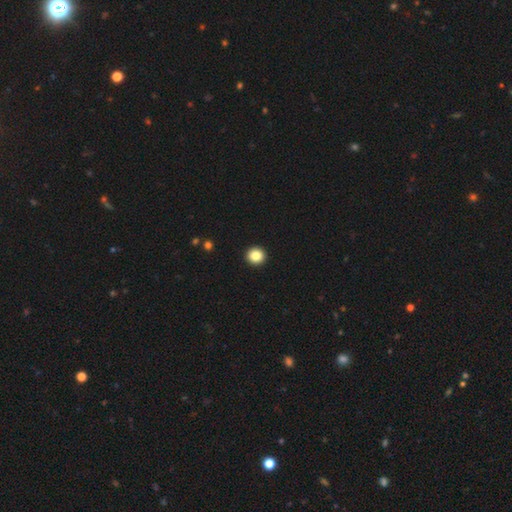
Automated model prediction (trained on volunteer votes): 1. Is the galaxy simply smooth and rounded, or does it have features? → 85% smooth, 10% star or artifact, 5% featured or disk.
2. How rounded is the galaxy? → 92% round, 7% in between, 1% cigar-shaped.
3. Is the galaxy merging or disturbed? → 94% none, 4% minor disturbance, 1% major disturbance, 1% merger.